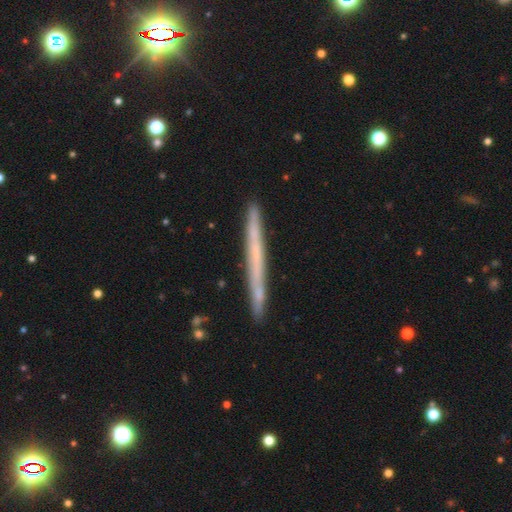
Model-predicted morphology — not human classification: smooth_or_featured: featured or disk (p=0.52) [alt: smooth p=0.42]
disk_edge_on: yes (p=0.96) [alt: no p=0.04]
merging: none (p=0.90) [alt: minor disturbance p=0.08]